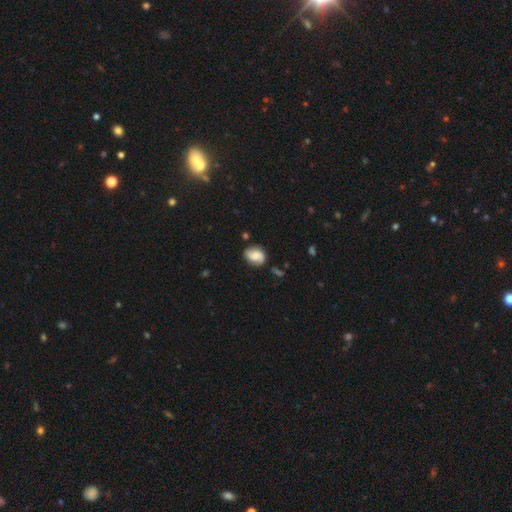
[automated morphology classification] smooth_or_featured: featured or disk (p=0.46) [alt: smooth p=0.45]
merging: none (p=0.72) [alt: minor disturbance p=0.20]